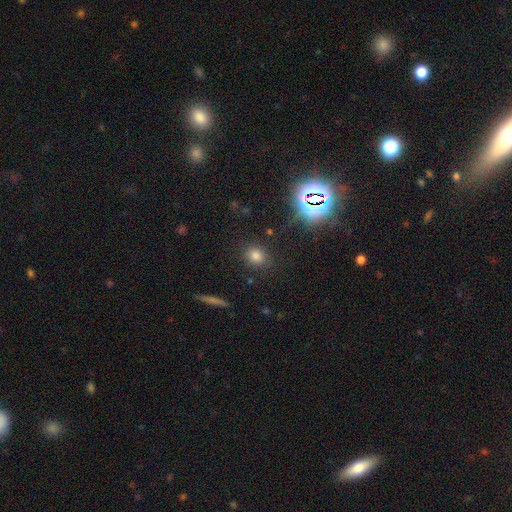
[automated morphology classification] This is likely a smooth galaxy (75%). How rounded: likely round (68%). Merging: clearly none (85%).